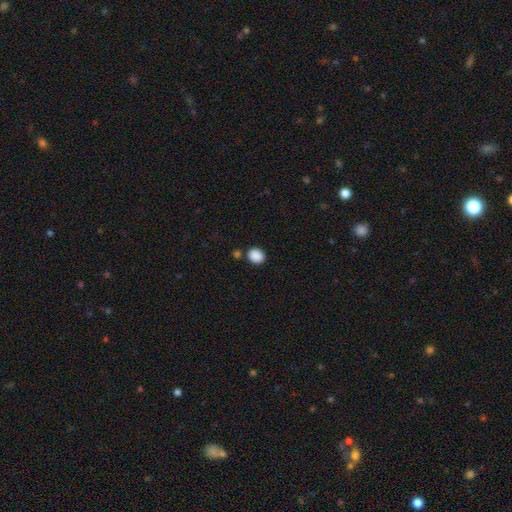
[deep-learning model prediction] The model was most divided on "how rounded": round: 61%, in between: 38%, cigar-shaped: 1%. More confident: smooth or featured — smooth (88%); merging — none (80%).